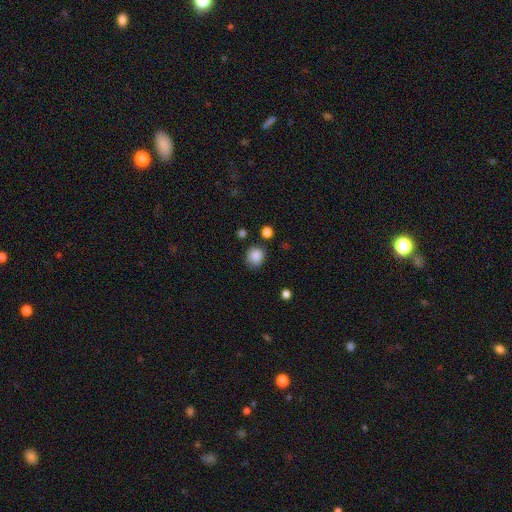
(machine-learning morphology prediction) smooth_or_featured: smooth (p=0.87) [alt: star or artifact p=0.10]
how_rounded: round (p=0.81) [alt: in between p=0.18]
merging: none (p=0.77) [alt: minor disturbance p=0.15]